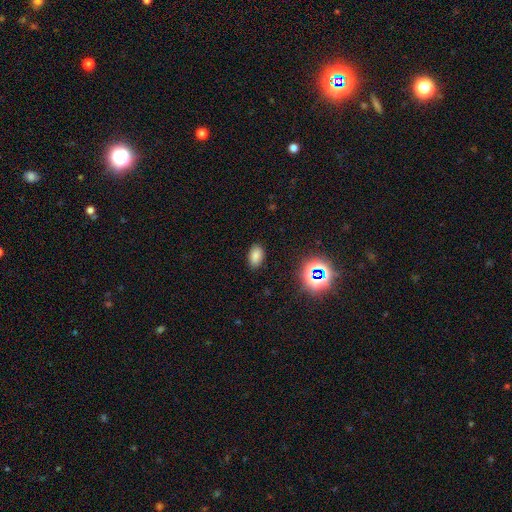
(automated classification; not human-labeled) Smooth or featured? Predicted: smooth (p=0.78). How rounded? Predicted: in between (p=0.89). Merging? Predicted: none (p=0.85).